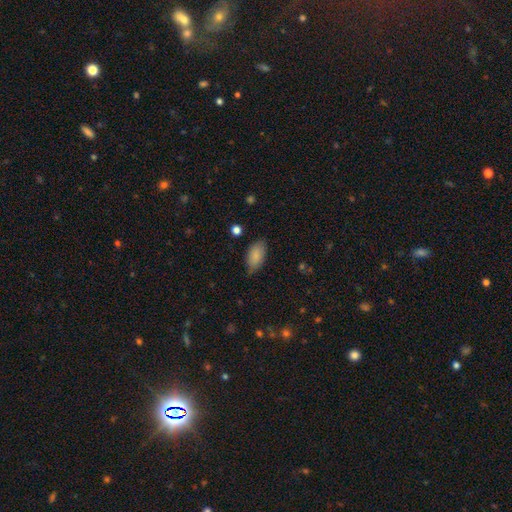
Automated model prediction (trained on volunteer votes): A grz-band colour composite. It shows a smooth galaxy with no disk features (85%) that is in between round and cigar-shaped (93%). Merging: none (71%).